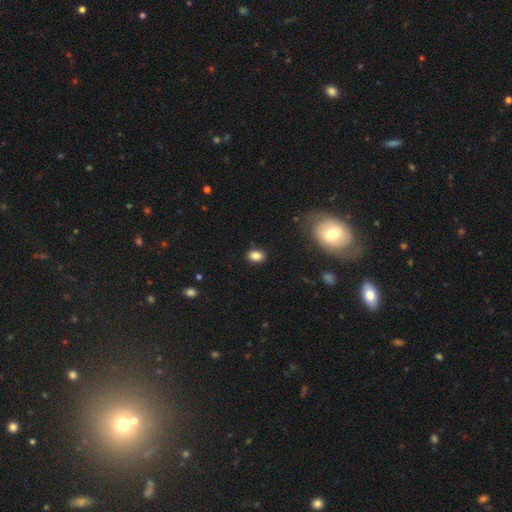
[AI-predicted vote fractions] smooth 84%, star or artifact 10%, featured or disk 6%. Down the decision tree: how rounded — in between (75%); merging — none (87%).